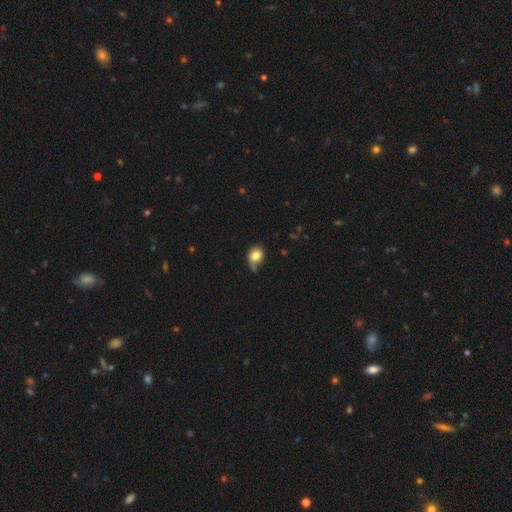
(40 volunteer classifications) This appears to be a smooth galaxy with no disk features (88%) that is round (63%). Merging: minor disturbance (35%).